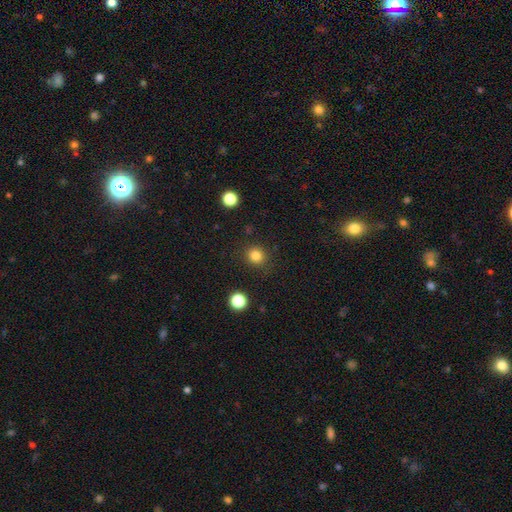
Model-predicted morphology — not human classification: Smooth or featured: smooth — 83% (star or artifact — 12%)
How rounded: round — 90% (in between — 9%)
Merging: none — 89% (minor disturbance — 7%)